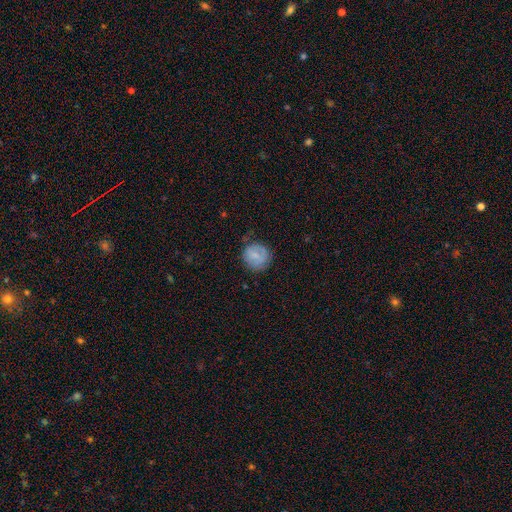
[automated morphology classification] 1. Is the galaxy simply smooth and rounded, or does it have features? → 69% smooth, 23% featured or disk, 8% star or artifact.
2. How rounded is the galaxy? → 87% round, 12% in between, 1% cigar-shaped.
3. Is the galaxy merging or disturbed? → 71% none, 20% minor disturbance, 7% major disturbance, 1% merger.